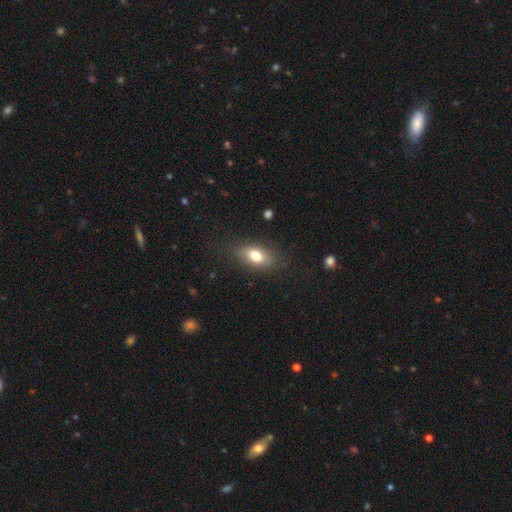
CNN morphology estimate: This is likely a smooth galaxy (75%). How rounded: clearly in between (82%). Merging: clearly none (81%).